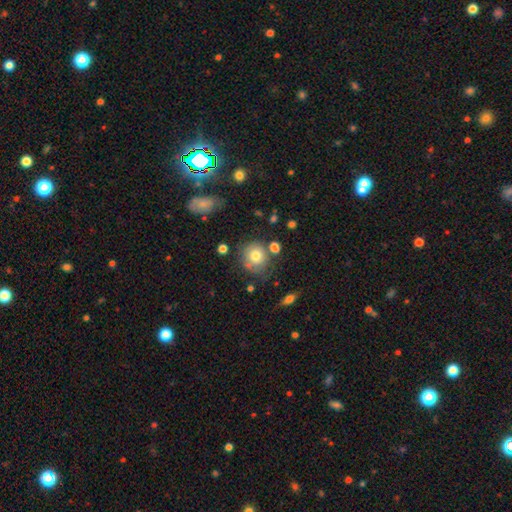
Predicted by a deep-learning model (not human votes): The model was most divided on "merging": none: 65%, minor disturbance: 19%, merger: 8%, major disturbance: 8%. More confident: how rounded — round (85%); smooth or featured — smooth (70%).